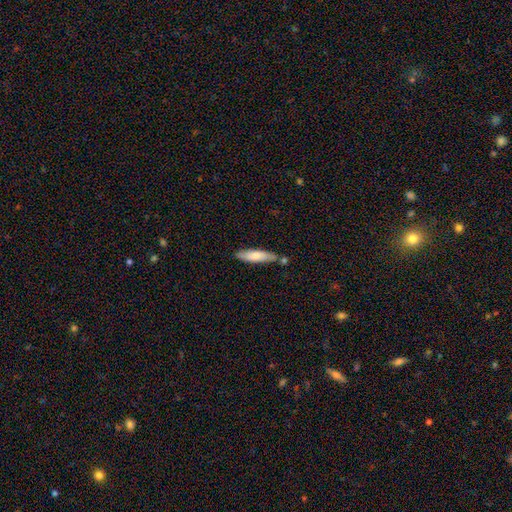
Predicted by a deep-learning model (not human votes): Smooth or featured?
  - smooth: 72% *
  - featured or disk: 22%
  - star or artifact: 6%
How rounded?
  - cigar-shaped: 75% *
  - in between: 24%
  - round: 1%
Merging?
  - none: 70% *
  - minor disturbance: 17%
  - merger: 11%
  - major disturbance: 3%